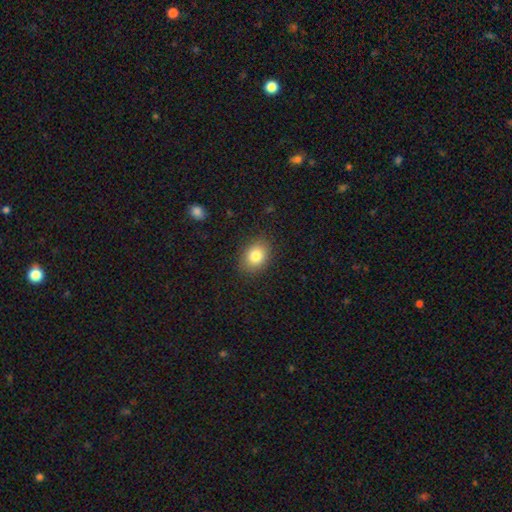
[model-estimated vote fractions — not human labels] smooth 82%, star or artifact 10%, featured or disk 8%. Down the decision tree: how rounded — in between (60%); merging — none (87%).